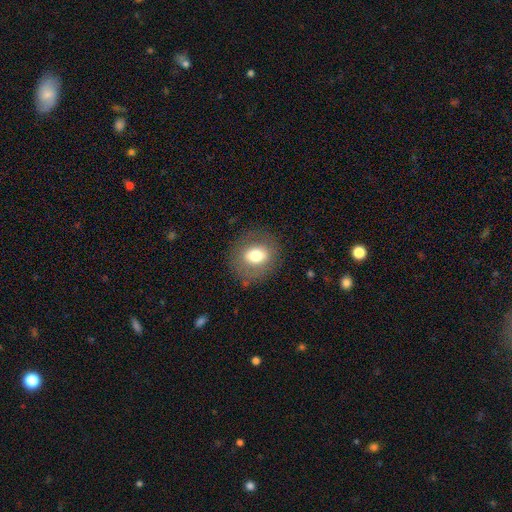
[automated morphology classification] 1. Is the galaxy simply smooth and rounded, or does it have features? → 69% smooth, 22% featured or disk, 9% star or artifact.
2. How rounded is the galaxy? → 64% round, 35% in between, 1% cigar-shaped.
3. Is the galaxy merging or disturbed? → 81% none, 12% minor disturbance, 6% major disturbance, 1% merger.